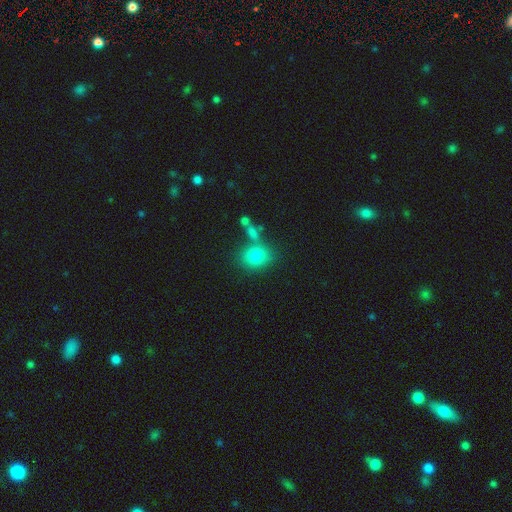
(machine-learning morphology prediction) type=smooth (80%); roundness=round (59%); merging=none (63%).